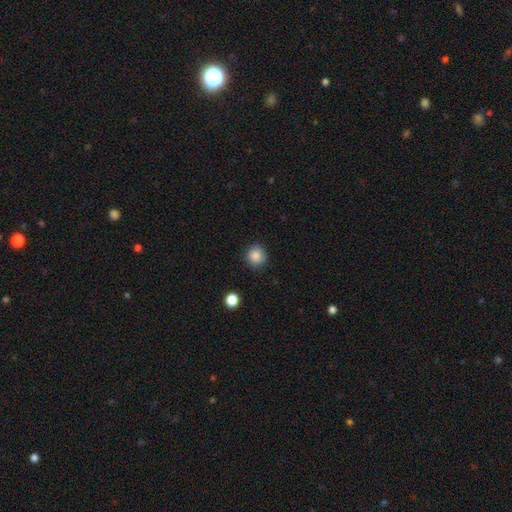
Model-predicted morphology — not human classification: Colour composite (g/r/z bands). It shows a smooth galaxy with no disk features (87%) that is round (91%). Merging: none (85%).